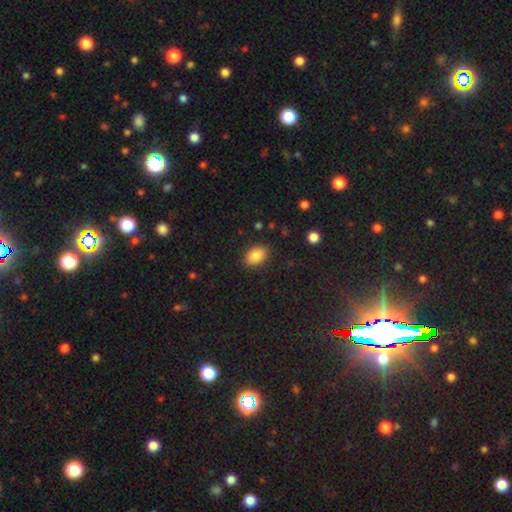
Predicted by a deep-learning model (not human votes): A smooth galaxy with no disk features (87%) that is in between round and cigar-shaped (82%). Merging: none (87%).